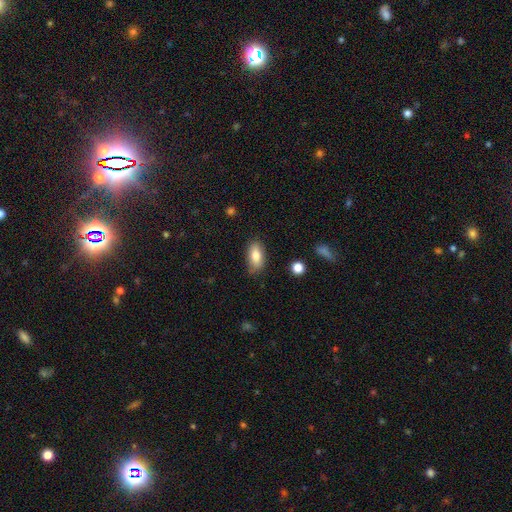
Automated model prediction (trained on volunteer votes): Smooth or featured?
  - smooth: 81% *
  - featured or disk: 12%
  - star or artifact: 7%
How rounded?
  - in between: 90% *
  - cigar-shaped: 6%
  - round: 4%
Merging?
  - none: 79% *
  - minor disturbance: 16%
  - major disturbance: 3%
  - merger: 2%